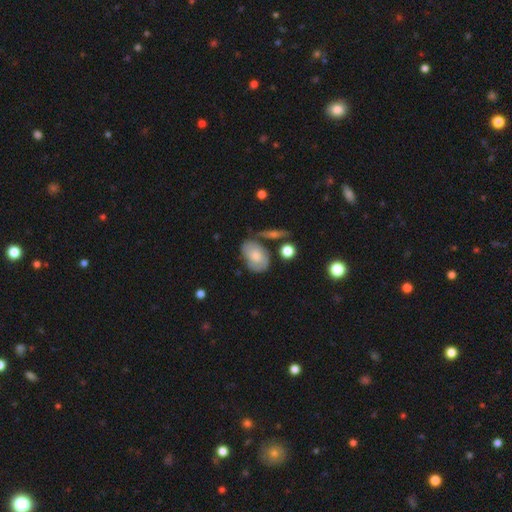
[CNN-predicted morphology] Smooth or featured: smooth — 50% (featured or disk — 43%)
Merging: none — 58% (minor disturbance — 23%)